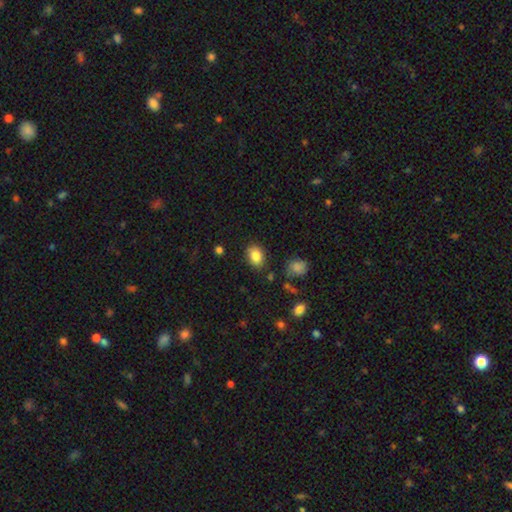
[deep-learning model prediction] smooth-or-featured: smooth: 84% | star or artifact: 9% | featured or disk: 7%
  how-rounded: in between: 73% | round: 26% | cigar-shaped: 1%
  merging: none: 83% | minor disturbance: 12% | major disturbance: 3% | merger: 2%